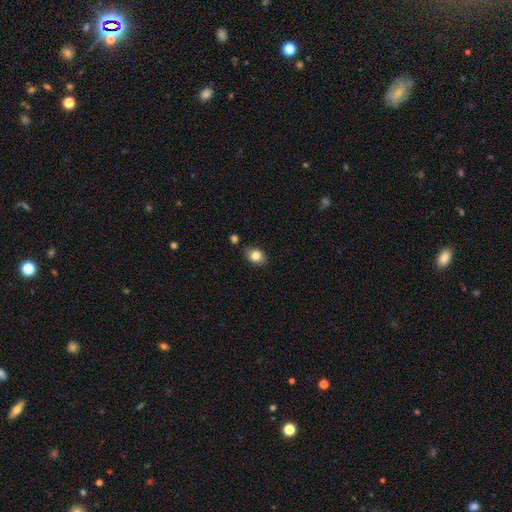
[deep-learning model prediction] Overall: smooth (83%). How rounded: in between (61%; round 38%). Merging: none (81%).